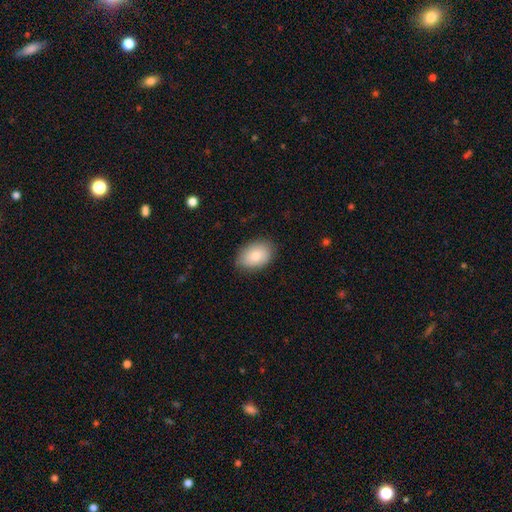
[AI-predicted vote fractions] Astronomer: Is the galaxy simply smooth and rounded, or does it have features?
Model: smooth — 83%.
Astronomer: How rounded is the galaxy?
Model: in between — 86%.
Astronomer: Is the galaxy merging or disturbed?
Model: none — 83%.